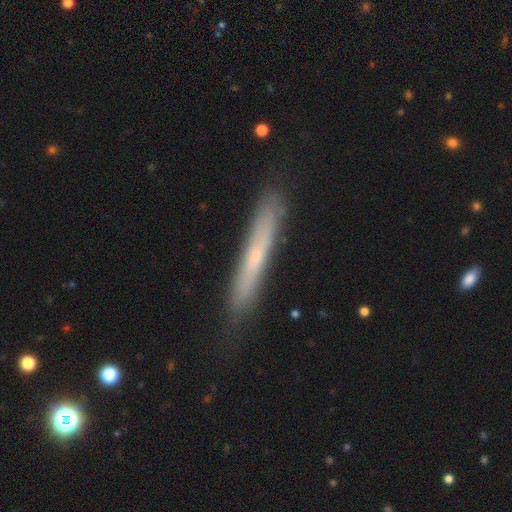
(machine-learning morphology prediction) smooth-or-featured: smooth: 50% | featured or disk: 43% | star or artifact: 7%
  merging: none: 82% | minor disturbance: 14% | major disturbance: 2% | merger: 2%